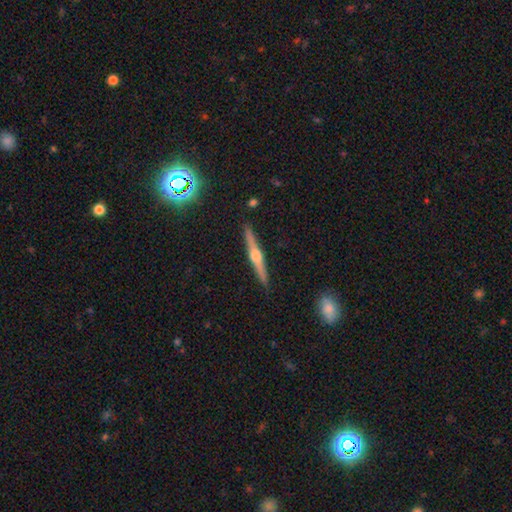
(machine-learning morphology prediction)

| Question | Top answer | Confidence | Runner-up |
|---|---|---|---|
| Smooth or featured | featured or disk | 79% | smooth (14%) |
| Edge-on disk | yes | 98% | no (2%) |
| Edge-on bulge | rounded | 92% | boxy (5%) |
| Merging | none | 91% | minor disturbance (6%) |